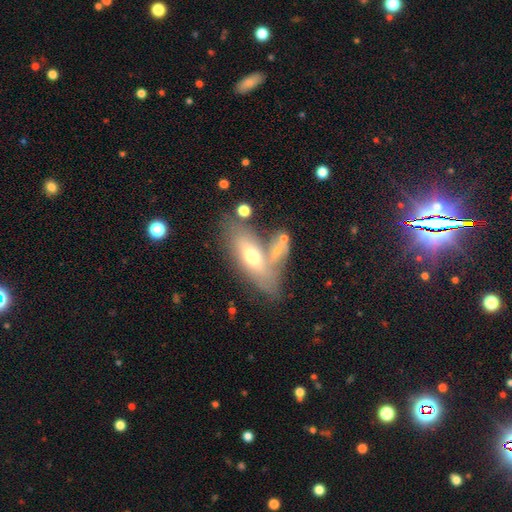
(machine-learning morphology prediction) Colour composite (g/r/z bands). It shows a featured or disk galaxy (43%). Merging: none (53%).